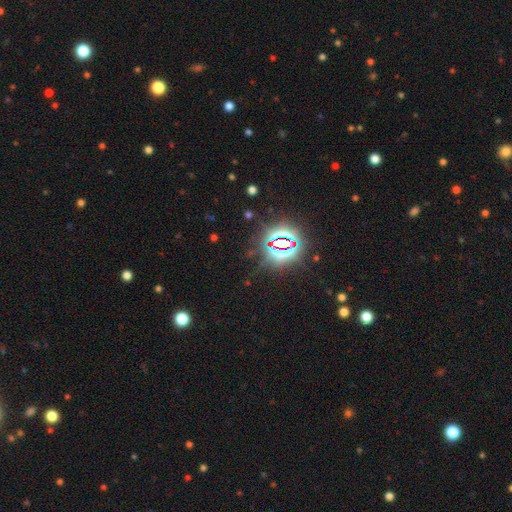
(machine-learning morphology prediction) Q: Smooth or featured?
A: star or artifact (85%); runner-up: smooth (9%)